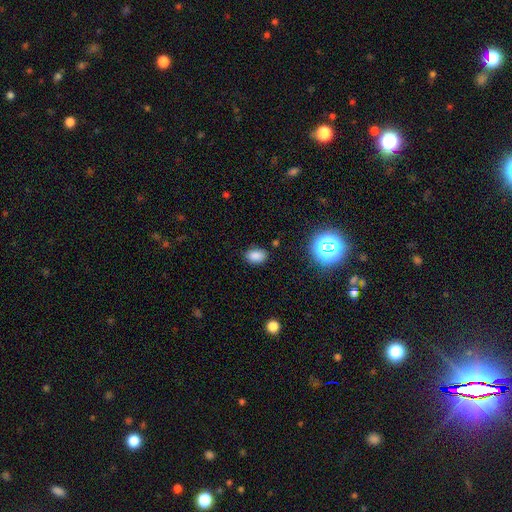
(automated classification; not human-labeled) A smooth galaxy with no disk features (82%) that is in between round and cigar-shaped (83%).

Vote fractions:
- Smooth or featured? smooth: 82% / star or artifact: 14% / featured or disk: 4%
- How rounded? in between: 83% / round: 16% / cigar-shaped: 1%
- Merging? none: 83% / minor disturbance: 12% / major disturbance: 3% / merger: 2%